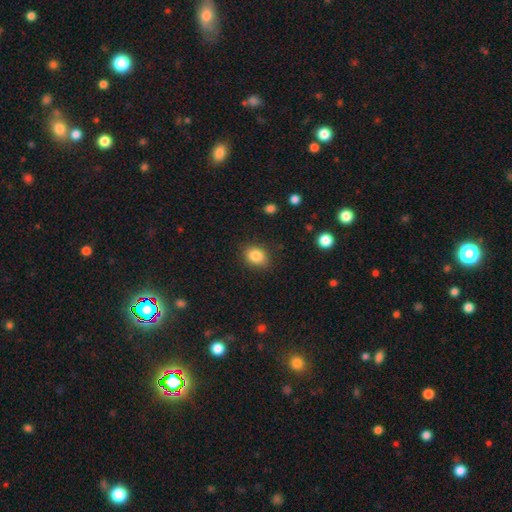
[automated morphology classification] Overall: smooth (85%). How rounded: in between (53%; round 46%). Merging: none (83%).